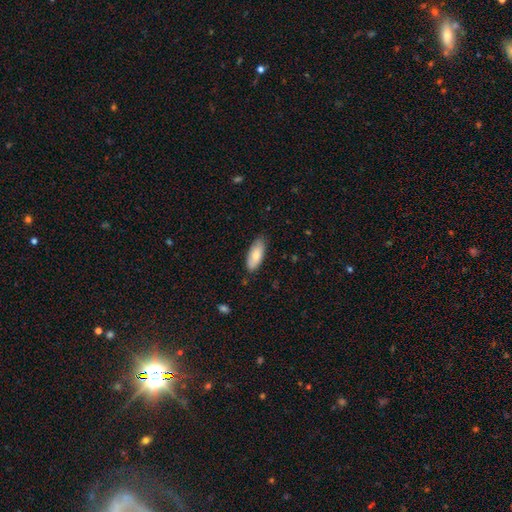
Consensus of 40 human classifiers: Q: Smooth or featured?
A: smooth (78%); runner-up: featured or disk (18%)
Q: How rounded?
A: in between (84%); runner-up: cigar-shaped (16%)
Q: Merging?
A: none (76%); runner-up: minor disturbance (18%)